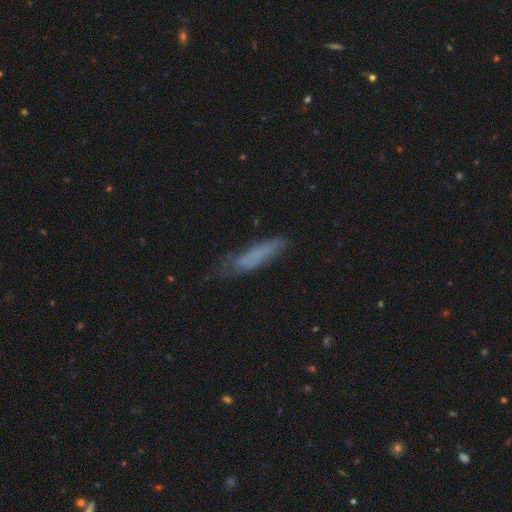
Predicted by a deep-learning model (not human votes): This is likely a smooth galaxy (65%). How rounded: likely cigar-shaped (78%). Merging: possibly none (54%).